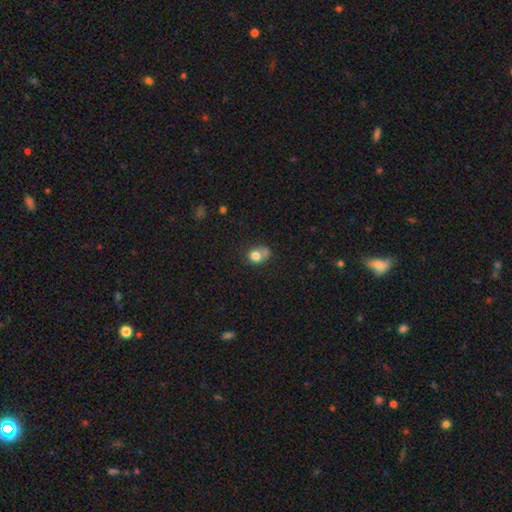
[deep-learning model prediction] smooth 77%, featured or disk 12%, star or artifact 11%. Down the decision tree: how rounded — round (67%); merging — none (39%).